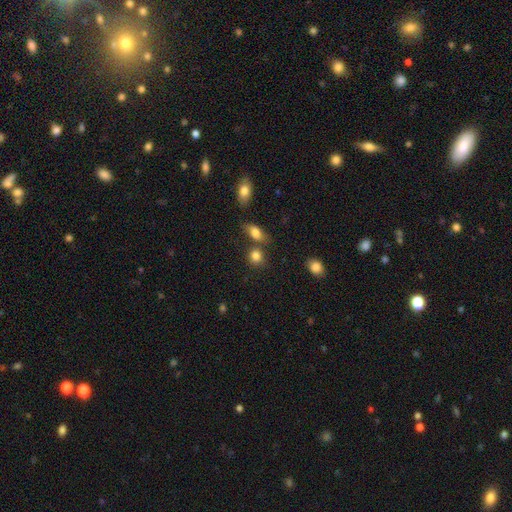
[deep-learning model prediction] Overall: smooth (83%). How rounded: round (69%). Merging: none (63%).